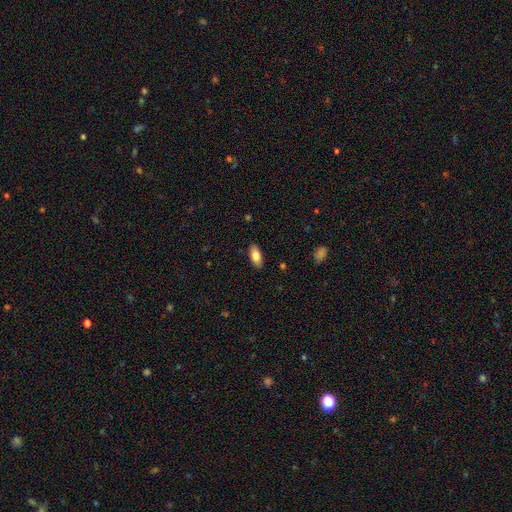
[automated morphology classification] A smooth galaxy with no disk features (81%) that is in between round and cigar-shaped (87%). Merging: none (88%).